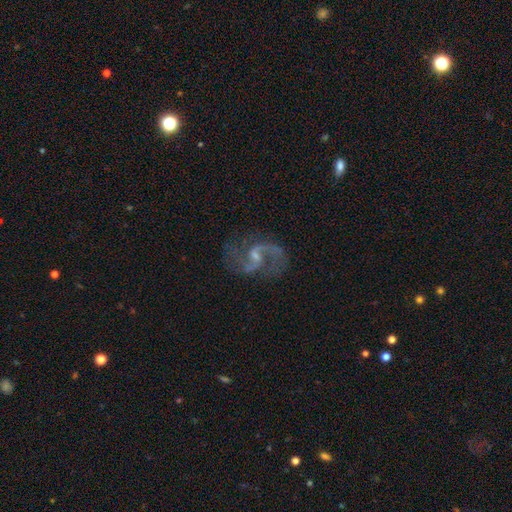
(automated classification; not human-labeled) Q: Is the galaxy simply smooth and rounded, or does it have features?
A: featured or disk — 91%.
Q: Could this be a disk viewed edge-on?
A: no — 98%.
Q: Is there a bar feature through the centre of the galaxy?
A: weak — 57%.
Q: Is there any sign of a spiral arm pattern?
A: yes — 97%.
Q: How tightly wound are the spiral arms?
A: loose — 52%.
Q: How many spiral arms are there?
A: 2 — 91%.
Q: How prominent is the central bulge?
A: small — 58%.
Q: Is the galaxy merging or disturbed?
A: none — 74%.